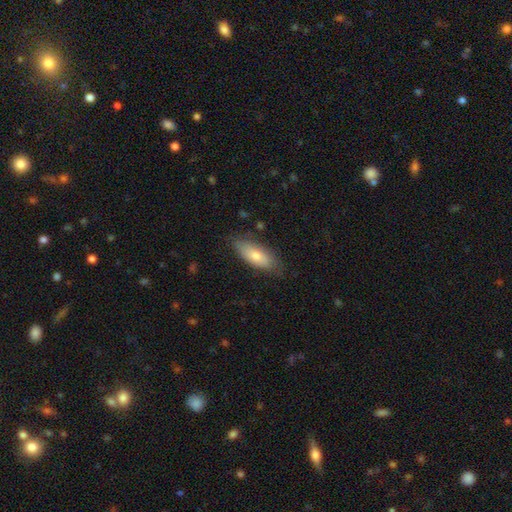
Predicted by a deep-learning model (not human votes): Smooth or featured? Predicted: smooth (p=0.74). How rounded? Predicted: in between (p=0.76). Merging? Predicted: none (p=0.78).